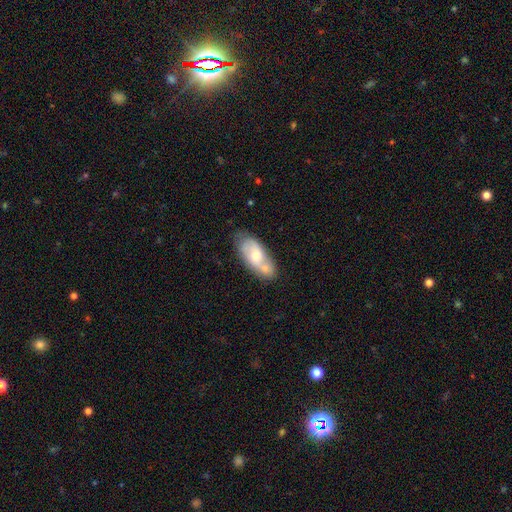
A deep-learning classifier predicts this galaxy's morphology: type=smooth (52%); roundness=in between (83%); merging=none (41%).